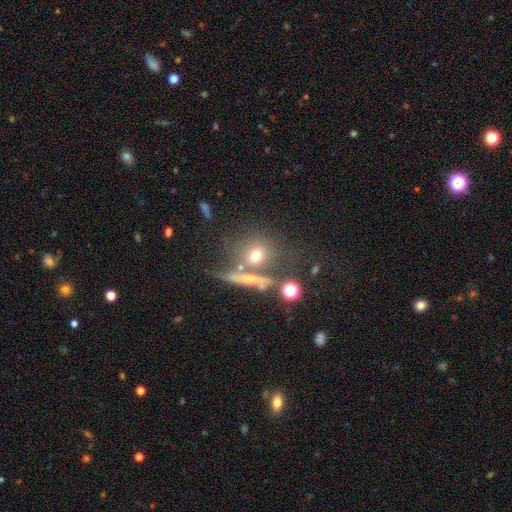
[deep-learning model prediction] Smooth or featured? Predicted: smooth (p=0.63). How rounded? Predicted: round (p=0.73). Merging? Predicted: none (p=0.55).